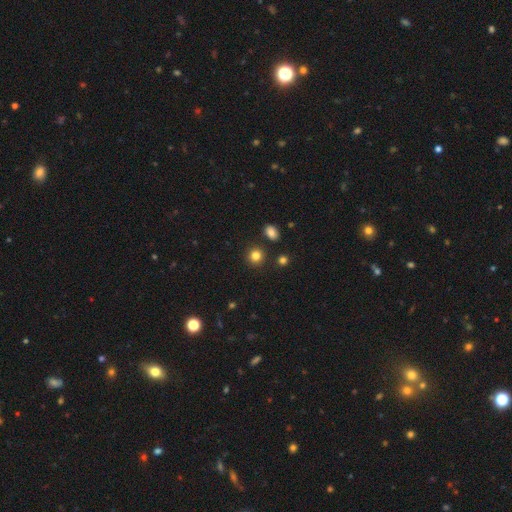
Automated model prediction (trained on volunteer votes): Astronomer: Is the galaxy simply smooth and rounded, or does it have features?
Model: smooth — 83%.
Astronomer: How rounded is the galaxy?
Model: round — 89%.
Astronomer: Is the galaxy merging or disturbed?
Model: none — 87%.